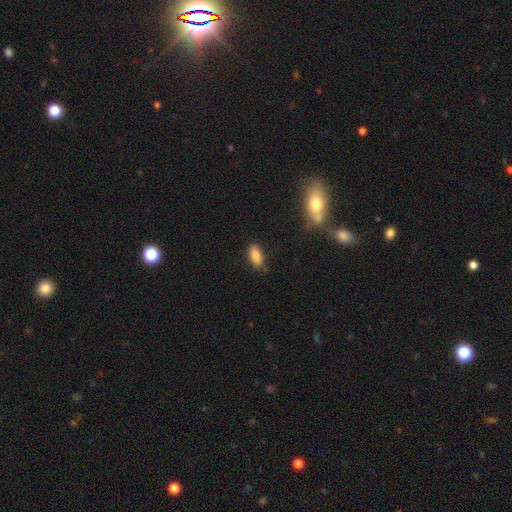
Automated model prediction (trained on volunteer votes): Smooth or featured?
  - smooth: 87% *
  - star or artifact: 8%
  - featured or disk: 5%
How rounded?
  - in between: 88% *
  - cigar-shaped: 9%
  - round: 3%
Merging?
  - none: 81% *
  - minor disturbance: 14%
  - major disturbance: 3%
  - merger: 2%